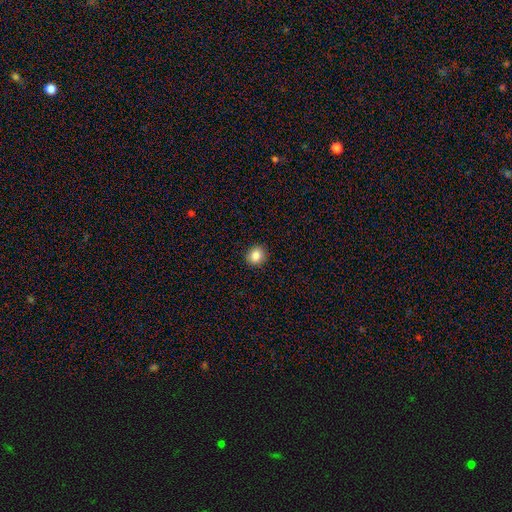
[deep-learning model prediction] A smooth galaxy with no disk features (86%) that is round (75%). Merging: none (91%).